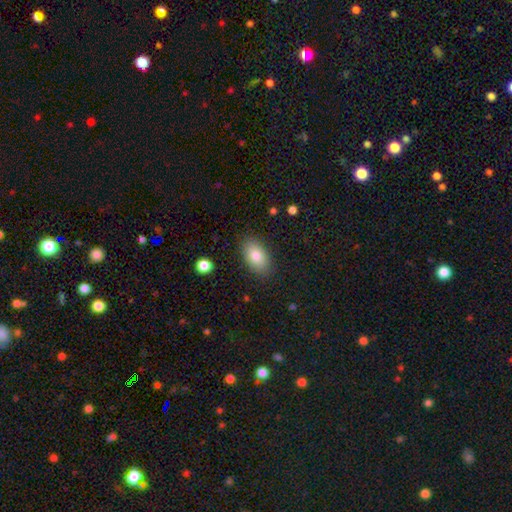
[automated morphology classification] type=smooth (84%); roundness=in between (93%); merging=none (86%).